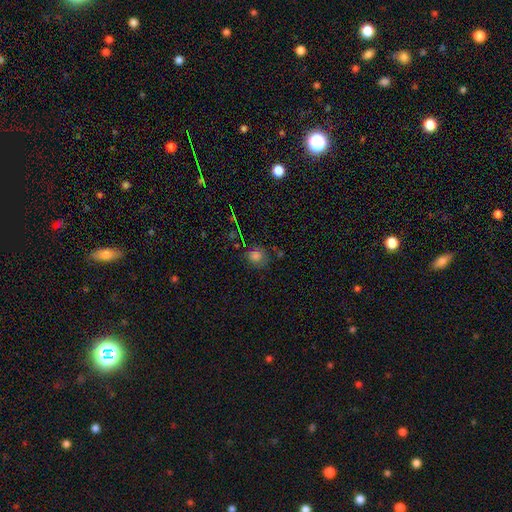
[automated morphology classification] Smooth or featured? smooth (71%)
How rounded? round (75%)
Merging? none (73%)